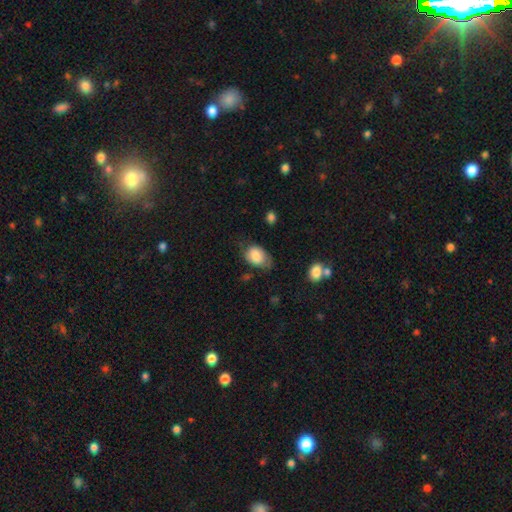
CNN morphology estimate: This is likely a smooth galaxy (77%). How rounded: clearly in between (81%). Merging: possibly none (50%).